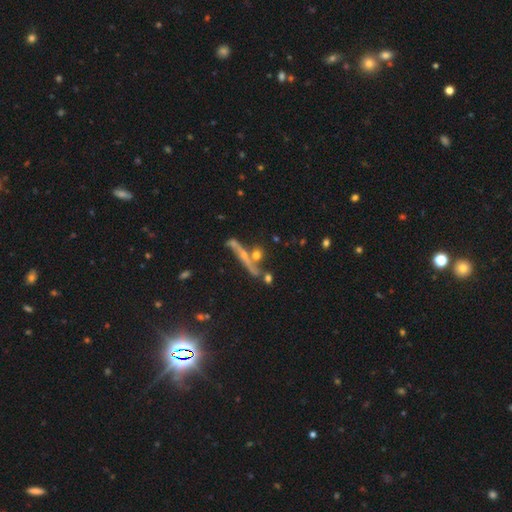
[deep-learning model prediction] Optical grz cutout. It shows a featured or disk galaxy (54%) viewed edge-on (76%). Merging: none (55%).